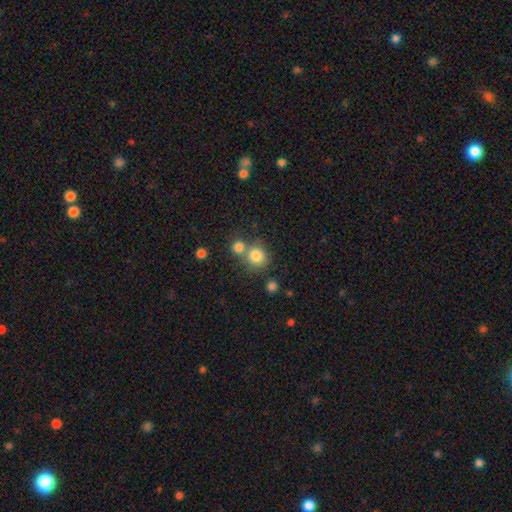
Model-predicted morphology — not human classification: type=smooth (81%); roundness=round (86%); merging=none (56%).